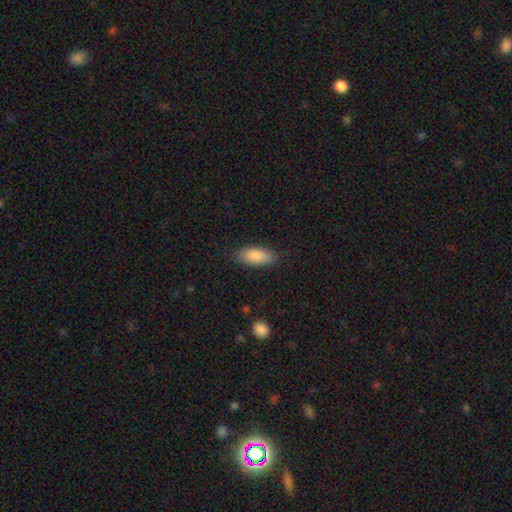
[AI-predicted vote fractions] Smooth or featured? smooth (87%)
How rounded? in between (84%)
Merging? none (81%)